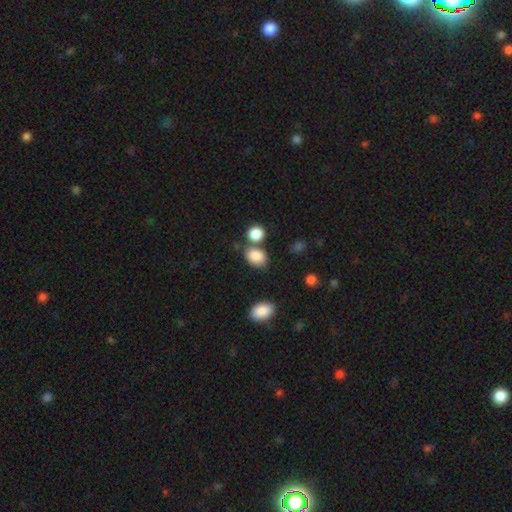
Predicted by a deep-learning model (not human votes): This appears to be a smooth galaxy with no disk features (86%) that is in between round and cigar-shaped (70%). Merging: none (62%).